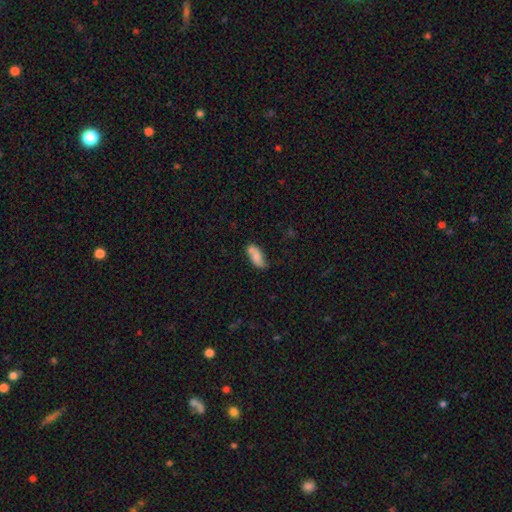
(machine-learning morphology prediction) Smooth or featured: smooth — 69% (featured or disk — 23%)
How rounded: in between — 83% (cigar-shaped — 14%)
Merging: none — 54% (minor disturbance — 23%)